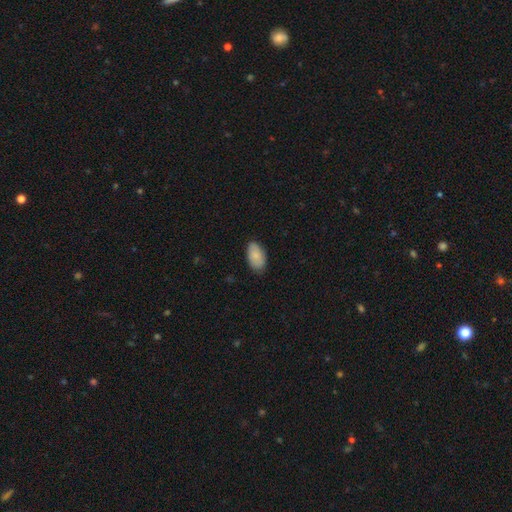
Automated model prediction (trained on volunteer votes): The model was most divided on "merging": none: 82%, minor disturbance: 15%, major disturbance: 2%, merger: 1%. More confident: how rounded — in between (95%); smooth or featured — smooth (83%).